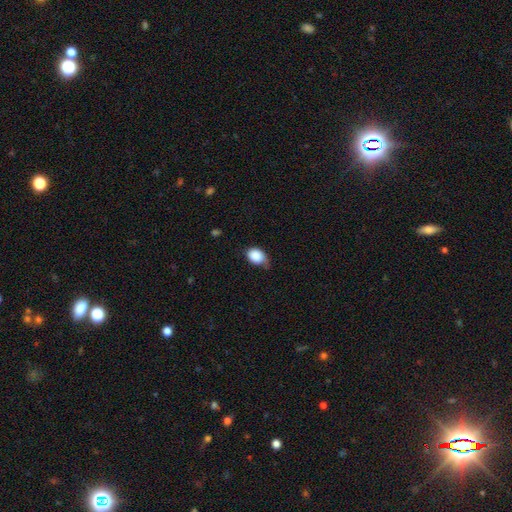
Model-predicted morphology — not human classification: A smooth galaxy with no disk features (87%) that is in between round and cigar-shaped (69%). Merging: none (46%).